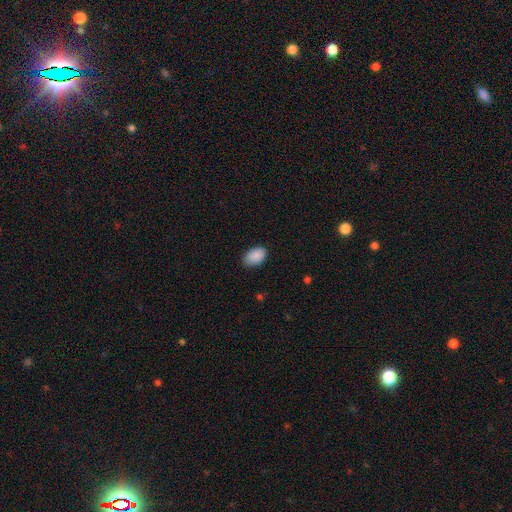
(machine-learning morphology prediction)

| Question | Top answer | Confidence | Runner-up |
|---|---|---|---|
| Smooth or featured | smooth | 90% | star or artifact (7%) |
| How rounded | in between | 90% | round (9%) |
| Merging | none | 82% | minor disturbance (14%) |